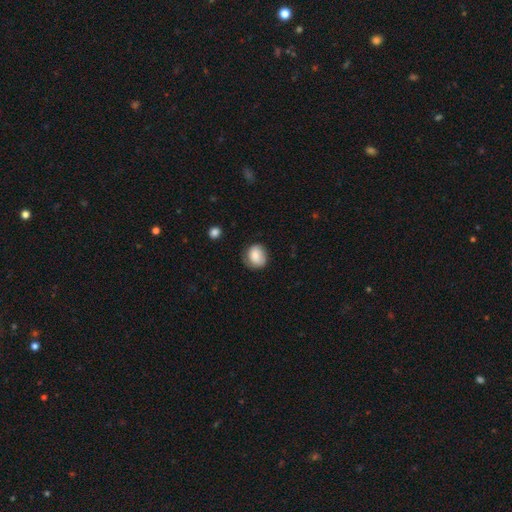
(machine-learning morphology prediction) smooth-or-featured: smooth: 79% | featured or disk: 14% | star or artifact: 8%
  how-rounded: round: 69% | in between: 30% | cigar-shaped: 1%
  merging: none: 68% | minor disturbance: 24% | major disturbance: 7% | merger: 1%